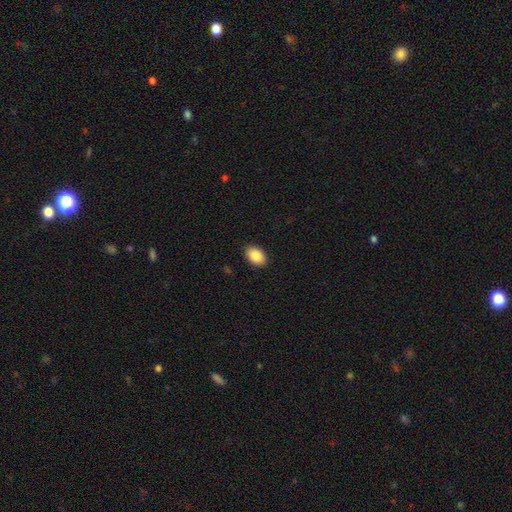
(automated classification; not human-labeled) smooth_or_featured: smooth (p=0.88) [alt: star or artifact p=0.07]
how_rounded: in between (p=0.88) [alt: round p=0.11]
merging: none (p=0.90) [alt: minor disturbance p=0.08]